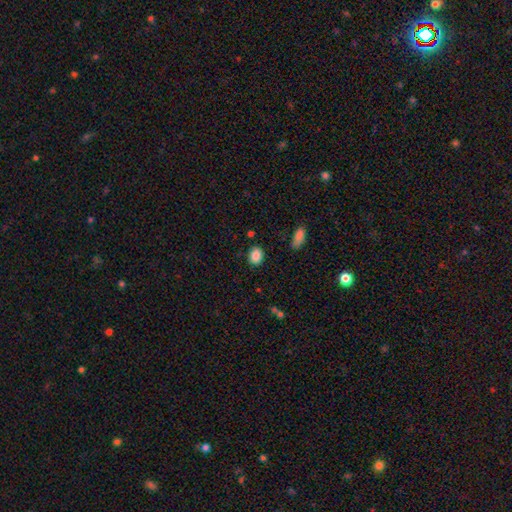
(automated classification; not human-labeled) Smooth or featured?
  - smooth: 88% *
  - star or artifact: 8%
  - featured or disk: 4%
How rounded?
  - in between: 58% *
  - round: 41%
  - cigar-shaped: 1%
Merging?
  - none: 85% *
  - minor disturbance: 10%
  - major disturbance: 3%
  - merger: 2%